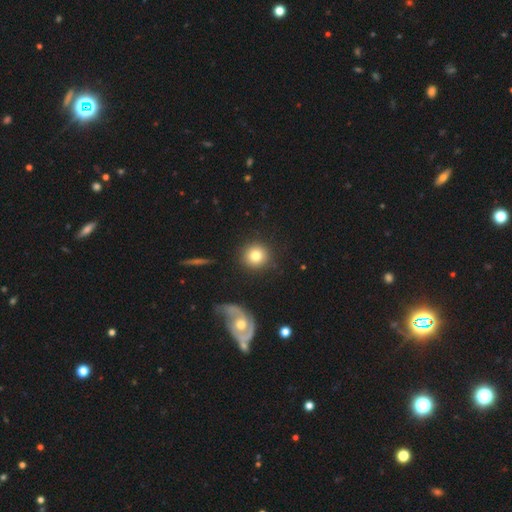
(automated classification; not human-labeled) smooth 80%, featured or disk 11%, star or artifact 9%. Down the decision tree: how rounded — round (92%); merging — none (88%).